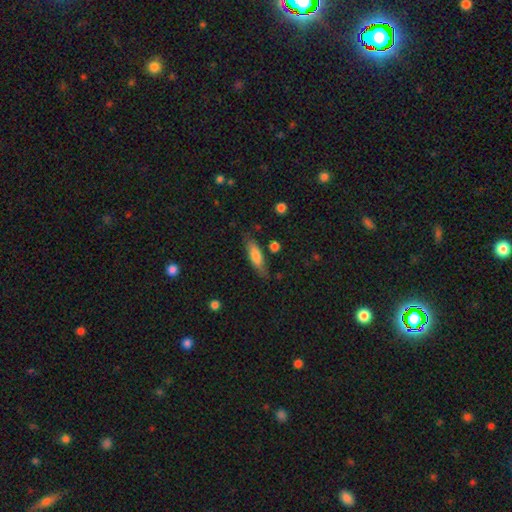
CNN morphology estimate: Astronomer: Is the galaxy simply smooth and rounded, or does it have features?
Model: smooth — 74%.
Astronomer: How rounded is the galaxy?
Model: cigar-shaped — 49% (runner-up: in between, 48%).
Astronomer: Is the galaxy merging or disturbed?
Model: none — 75%.